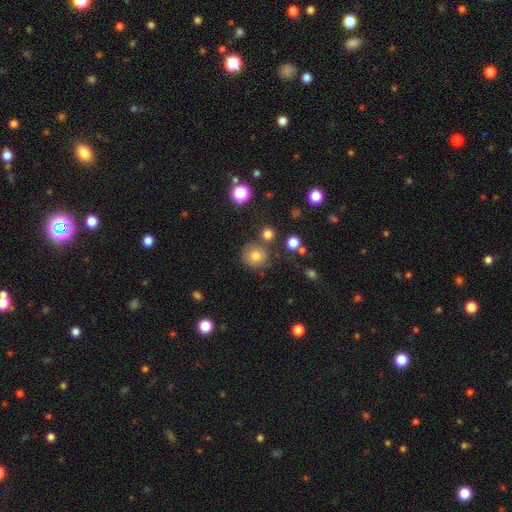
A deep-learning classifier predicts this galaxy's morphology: smooth_or_featured: smooth (p=0.75) [alt: star or artifact p=0.14]
how_rounded: round (p=0.89) [alt: in between p=0.10]
merging: none (p=0.72) [alt: minor disturbance p=0.13]